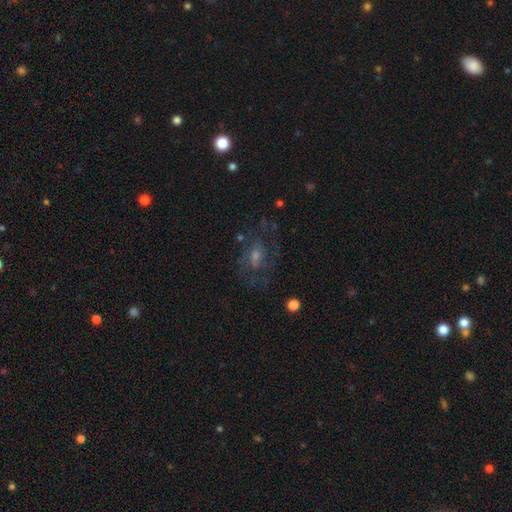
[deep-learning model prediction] Overall: featured or disk (58%; smooth 24%). Edge-on disk: no (96%). Bar: no (53%; weak 38%). Spiral arms: yes (74%). Bulge size: moderate (44%; small 40%). Merging: none (65%).